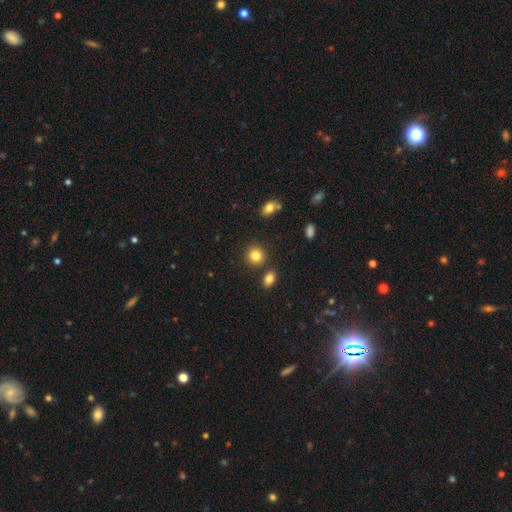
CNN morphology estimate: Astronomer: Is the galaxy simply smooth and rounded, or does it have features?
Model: smooth — 84%.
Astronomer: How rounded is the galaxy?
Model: round — 84%.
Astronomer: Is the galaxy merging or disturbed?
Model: none — 81%.